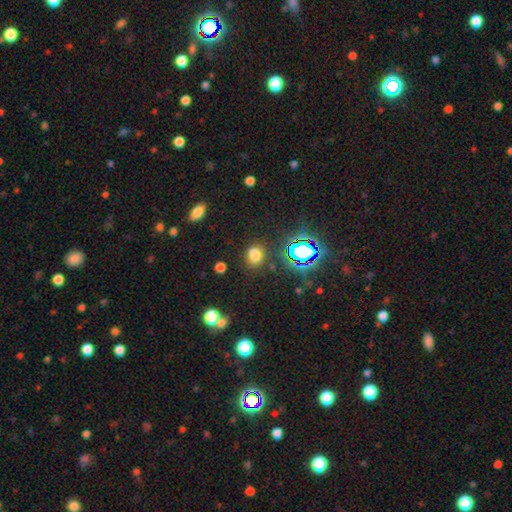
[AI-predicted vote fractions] smooth 67%, star or artifact 26%, featured or disk 7%. Down the decision tree: how rounded — in between (54%); merging — none (74%).